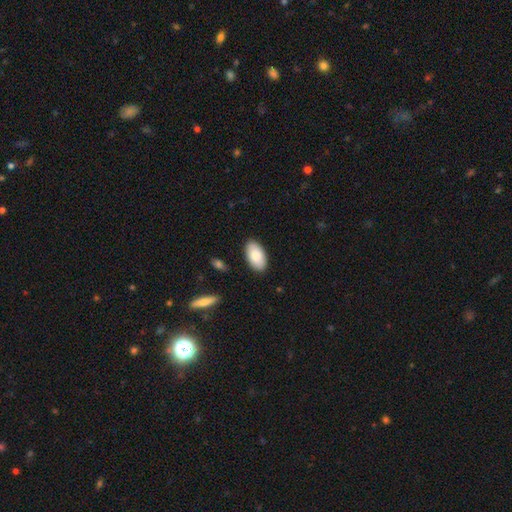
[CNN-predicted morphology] smooth_or_featured: smooth (p=0.82) [alt: featured or disk p=0.12]
how_rounded: in between (p=0.96) [alt: round p=0.03]
merging: none (p=0.87) [alt: minor disturbance p=0.10]